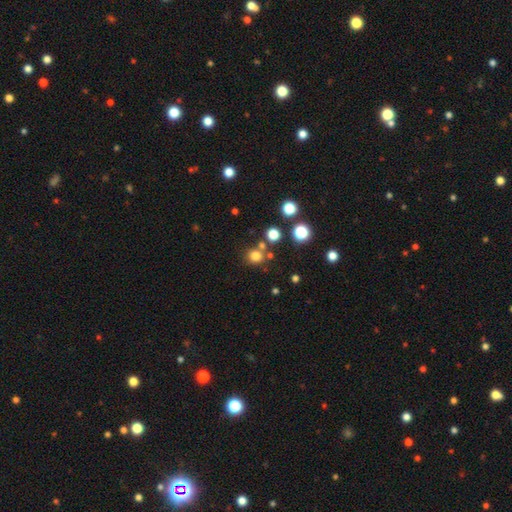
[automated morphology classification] Q: Smooth or featured?
A: smooth (76%); runner-up: star or artifact (18%)
Q: How rounded?
A: round (89%); runner-up: in between (10%)
Q: Merging?
A: none (73%); runner-up: merger (15%)